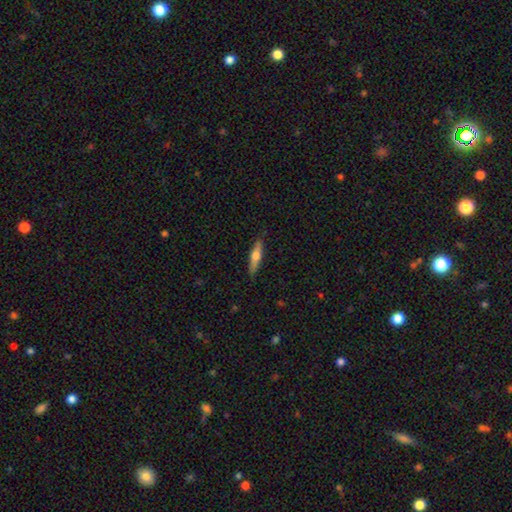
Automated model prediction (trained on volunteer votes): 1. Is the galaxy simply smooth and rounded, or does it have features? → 49% smooth, 46% featured or disk, 6% star or artifact.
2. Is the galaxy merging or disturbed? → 86% none, 11% minor disturbance, 2% major disturbance, 1% merger.